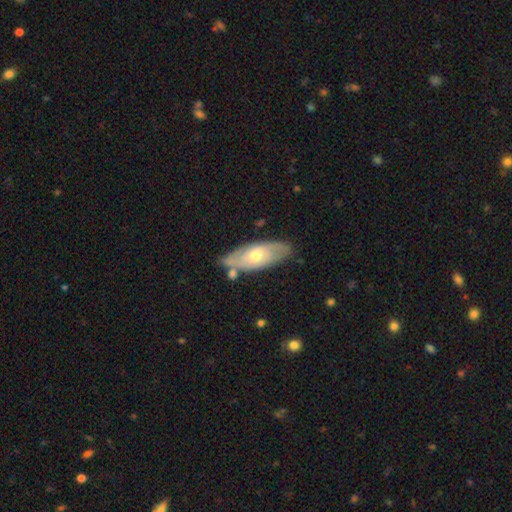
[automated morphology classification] smooth-or-featured: featured or disk: 63% | smooth: 32% | star or artifact: 5%
  disk-edge-on: no: 80% | yes: 20%
    bar: no: 72% | weak: 24% | strong: 5%
    has-spiral-arms: yes: 71% | no: 29%
    bulge-size: moderate: 63% | small: 32% | large: 3% | none: 1% | dominant: 1%
  merging: none: 74% | minor disturbance: 17% | merger: 6% | major disturbance: 4%